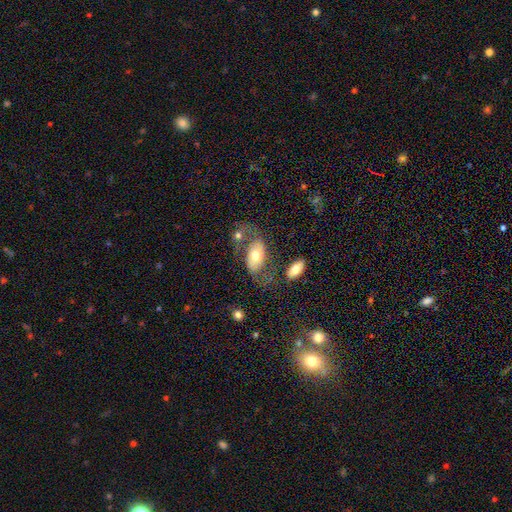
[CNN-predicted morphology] A smooth galaxy with no disk features (51%) that is in between round and cigar-shaped (92%). Merging: none (46%).